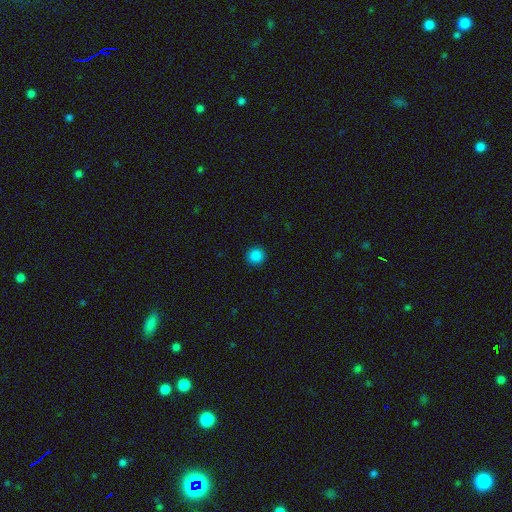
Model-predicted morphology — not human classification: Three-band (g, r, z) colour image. It shows a smooth galaxy with no disk features (86%) that is round (94%). Merging: none (92%).